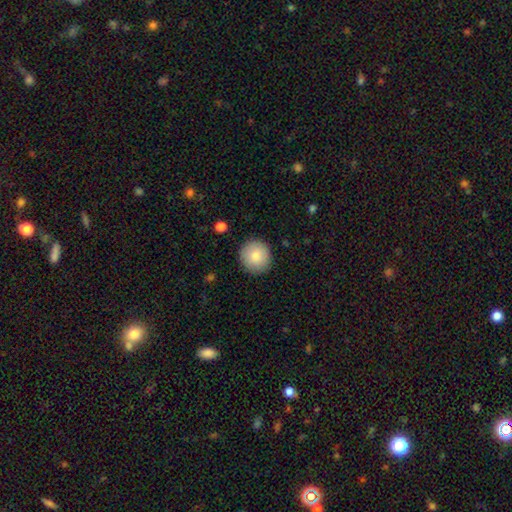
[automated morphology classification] Smooth or featured? Predicted: smooth (p=0.85). How rounded? Predicted: round (p=0.93). Merging? Predicted: none (p=0.90).